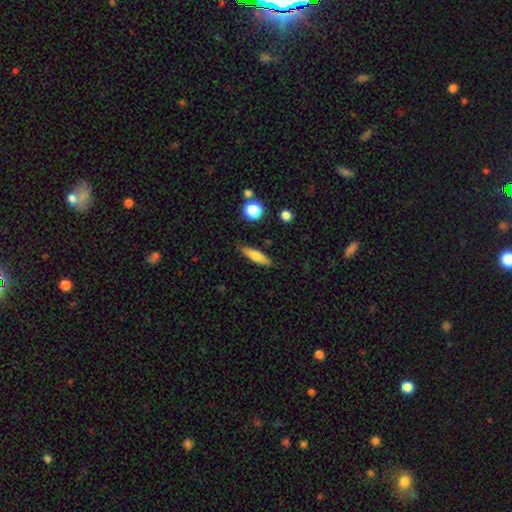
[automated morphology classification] This appears to be a smooth galaxy with no disk features (64%) that is cigar-shaped (72%). Merging: none (84%).